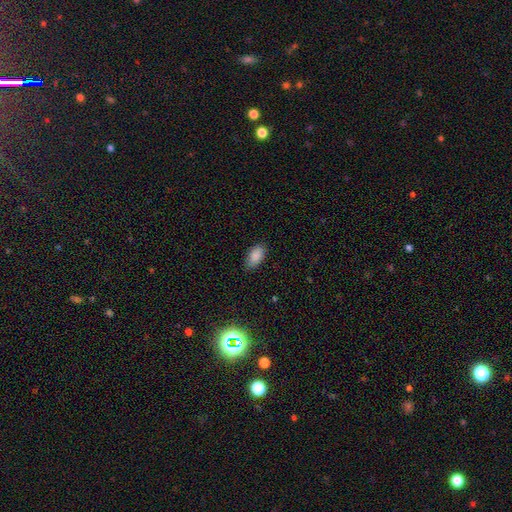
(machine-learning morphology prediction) Q: Smooth or featured?
A: smooth (87%); runner-up: star or artifact (8%)
Q: How rounded?
A: in between (93%); runner-up: cigar-shaped (4%)
Q: Merging?
A: none (83%); runner-up: minor disturbance (13%)